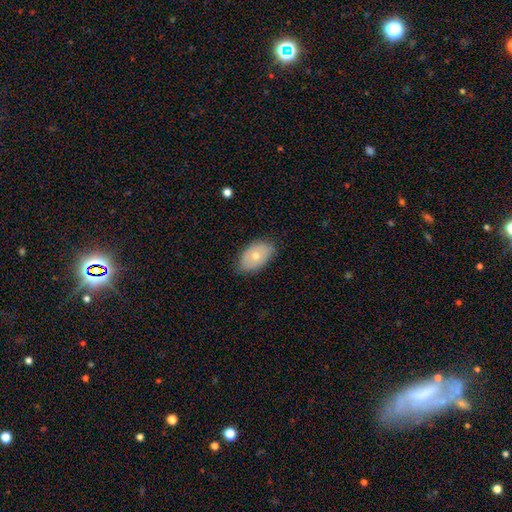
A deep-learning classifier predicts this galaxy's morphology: The model was most divided on "smooth or featured": smooth: 64%, featured or disk: 29%, star or artifact: 7%. More confident: how rounded — in between (88%); merging — none (77%).